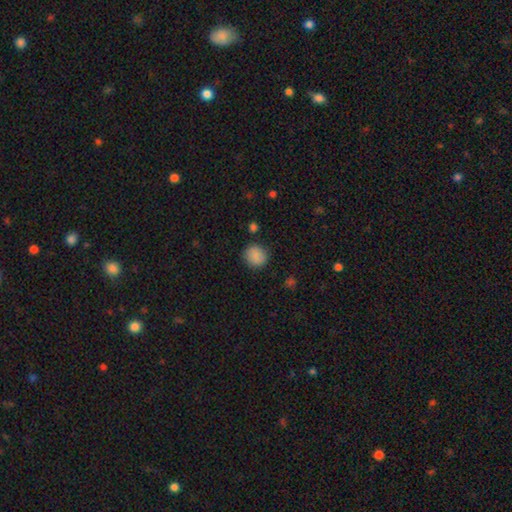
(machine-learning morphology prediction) Smooth or featured? Predicted: smooth (p=0.86). How rounded? Predicted: round (p=0.90). Merging? Predicted: none (p=0.86).